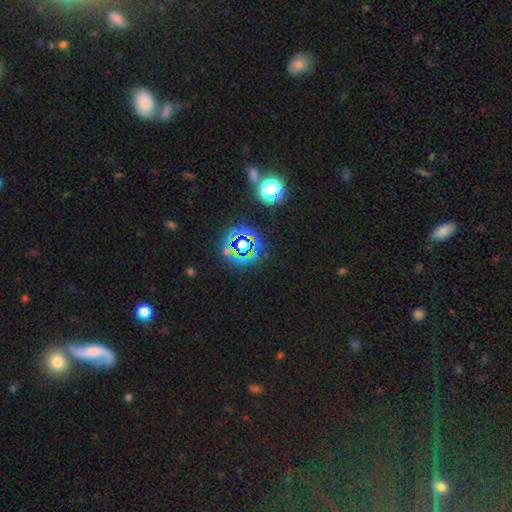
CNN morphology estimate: Overall: star or artifact (71%).